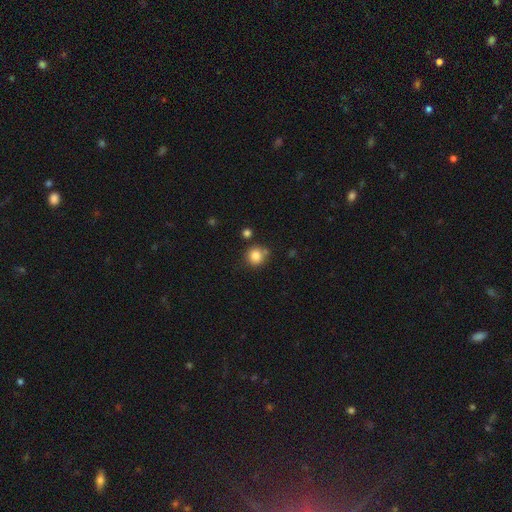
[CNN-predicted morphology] The model was most divided on "merging": none: 75%, minor disturbance: 12%, merger: 10%, major disturbance: 3%. More confident: how rounded — round (92%); smooth or featured — smooth (83%).